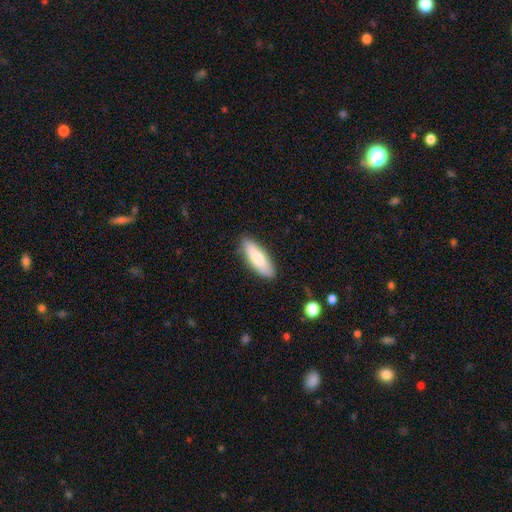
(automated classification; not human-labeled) This appears to be a smooth galaxy with no disk features (74%) that is in between round and cigar-shaped (53%). Merging: none (87%).